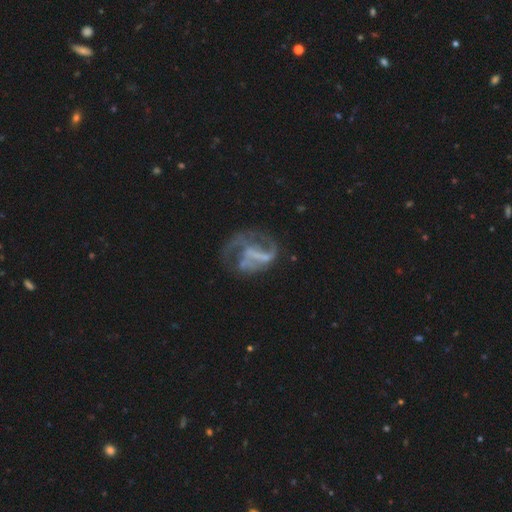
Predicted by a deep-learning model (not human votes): This appears to be a featured or disk galaxy (74%) with no bar (42%), spiral arms (63%) and no central bulge (69%). Merging: major disturbance (42%).